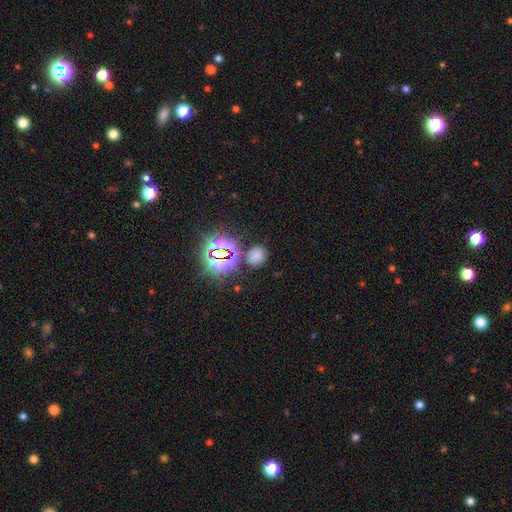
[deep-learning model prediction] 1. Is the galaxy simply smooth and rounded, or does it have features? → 63% smooth, 32% star or artifact, 6% featured or disk.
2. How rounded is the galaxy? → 64% round, 35% in between, 1% cigar-shaped.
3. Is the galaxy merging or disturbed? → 80% none, 11% minor disturbance, 5% merger, 4% major disturbance.